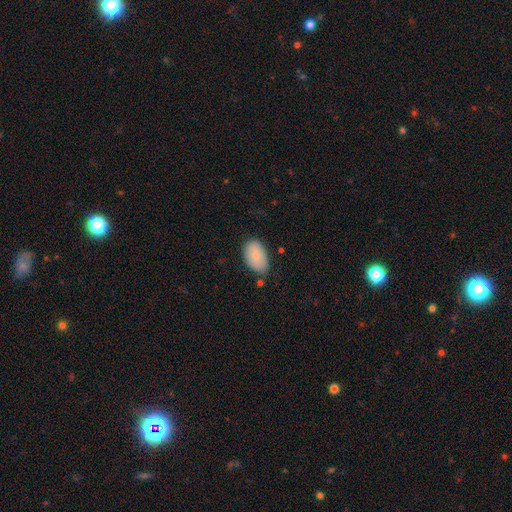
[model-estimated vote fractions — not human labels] Q: Smooth or featured?
A: smooth (82%); runner-up: featured or disk (12%)
Q: How rounded?
A: in between (93%); runner-up: round (6%)
Q: Merging?
A: none (72%); runner-up: minor disturbance (21%)